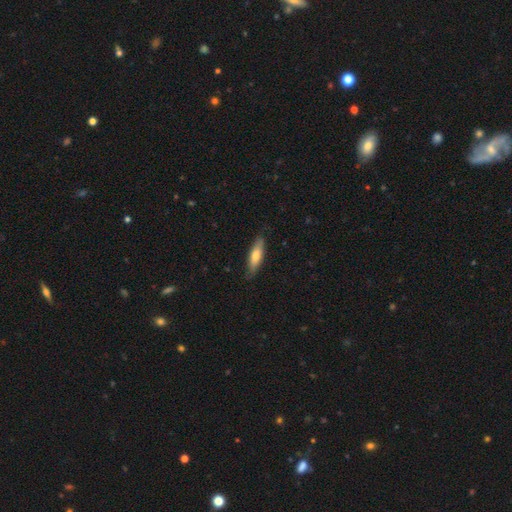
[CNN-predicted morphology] smooth-or-featured: smooth: 65% | featured or disk: 30% | star or artifact: 5%
  how-rounded: cigar-shaped: 64% | in between: 34% | round: 2%
  merging: none: 83% | minor disturbance: 13% | major disturbance: 2% | merger: 1%